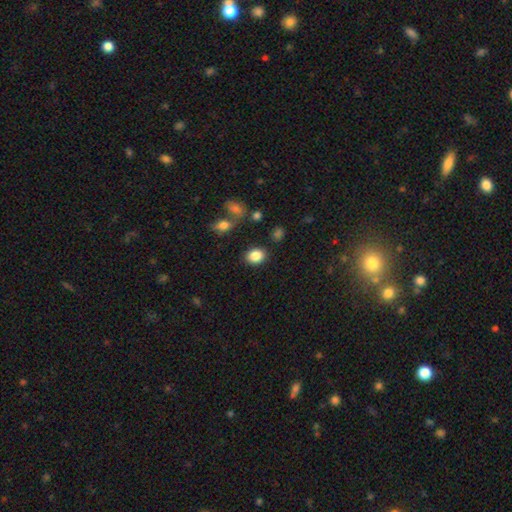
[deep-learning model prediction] Smooth or featured? Predicted: smooth (p=0.86). How rounded? Predicted: in between (p=0.54). Merging? Predicted: none (p=0.84).